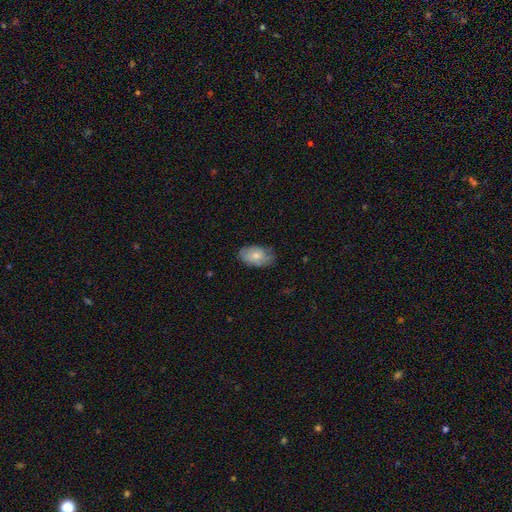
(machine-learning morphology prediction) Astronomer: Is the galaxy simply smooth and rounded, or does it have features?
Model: smooth — 69%.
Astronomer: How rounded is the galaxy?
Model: in between — 91%.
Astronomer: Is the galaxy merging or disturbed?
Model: none — 68%.